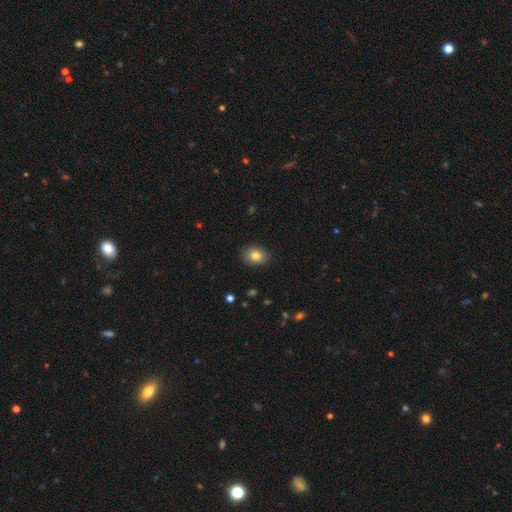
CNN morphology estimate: Q: Smooth or featured?
A: smooth (84%); runner-up: star or artifact (9%)
Q: How rounded?
A: in between (67%); runner-up: round (32%)
Q: Merging?
A: none (88%); runner-up: minor disturbance (9%)